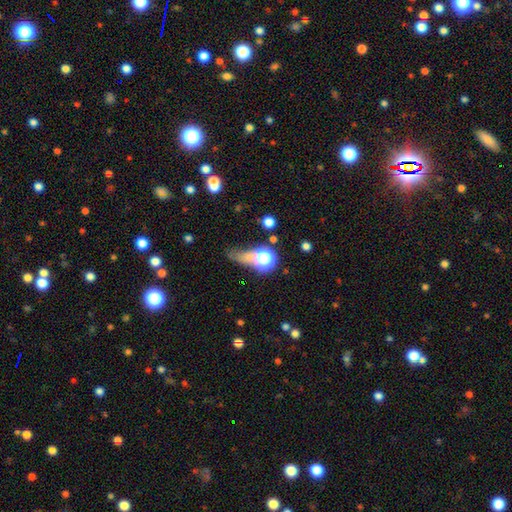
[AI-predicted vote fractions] smooth 53%, star or artifact 29%, featured or disk 18%. Down the decision tree: how rounded — round (55%); merging — none (35%).